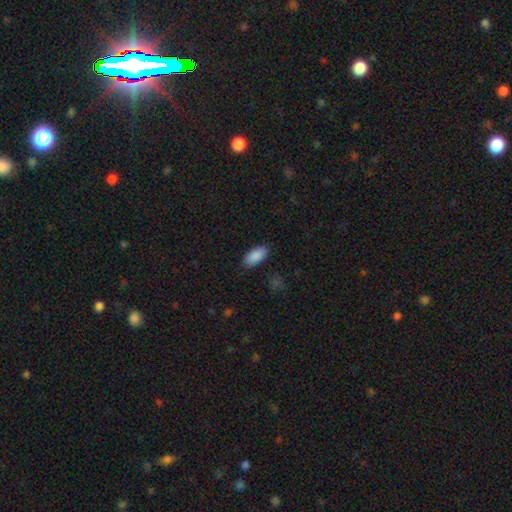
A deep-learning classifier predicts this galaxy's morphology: A smooth galaxy with no disk features (89%) that is in between round and cigar-shaped (91%).

Vote fractions:
- Smooth or featured? smooth: 89% / star or artifact: 6% / featured or disk: 4%
- How rounded? in between: 91% / cigar-shaped: 7% / round: 2%
- Merging? none: 87% / minor disturbance: 9% / major disturbance: 2% / merger: 1%